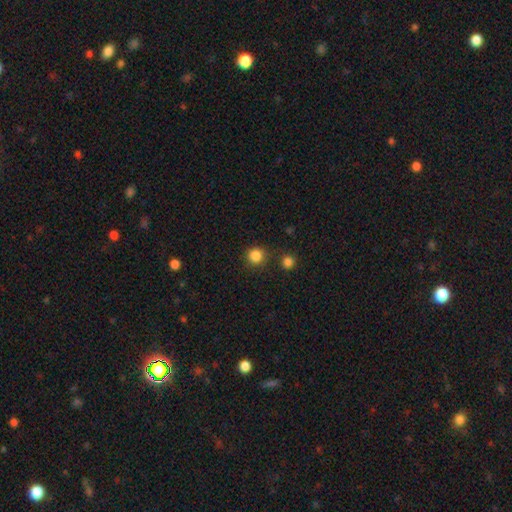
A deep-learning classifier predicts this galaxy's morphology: smooth_or_featured: smooth (p=0.85) [alt: star or artifact p=0.12]
how_rounded: round (p=0.92) [alt: in between p=0.07]
merging: none (p=0.81) [alt: minor disturbance p=0.09]